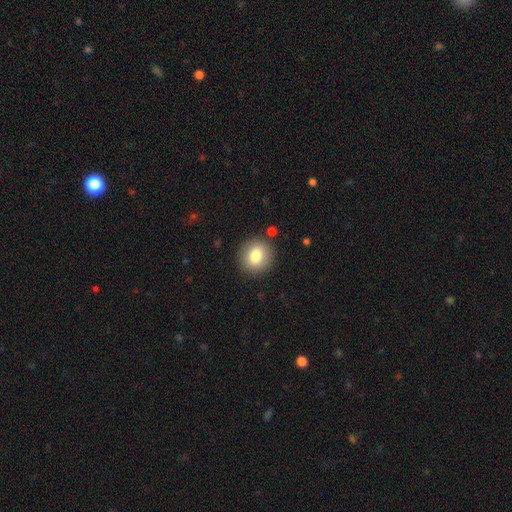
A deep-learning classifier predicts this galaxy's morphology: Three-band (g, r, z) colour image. It shows a smooth galaxy with no disk features (82%) that is round (86%). Merging: none (88%).